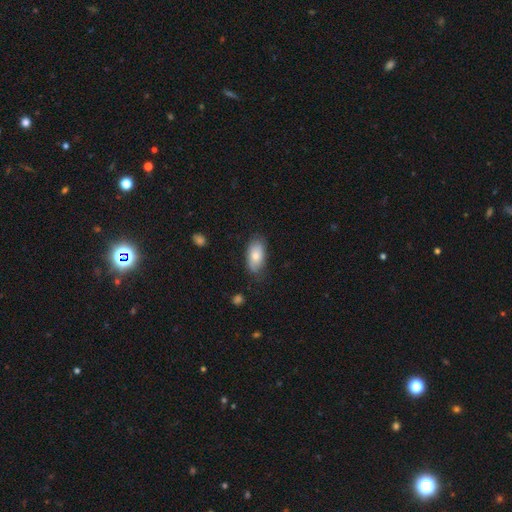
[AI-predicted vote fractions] smooth-or-featured: smooth: 75% | featured or disk: 18% | star or artifact: 6%
  how-rounded: in between: 92% | cigar-shaped: 4% | round: 4%
  merging: none: 76% | minor disturbance: 19% | major disturbance: 4% | merger: 1%